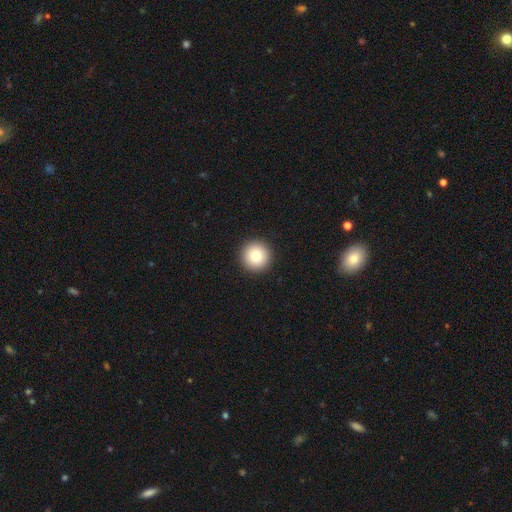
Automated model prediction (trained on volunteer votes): Morphology: type=smooth (82%); roundness=round (96%); merging=none (93%).